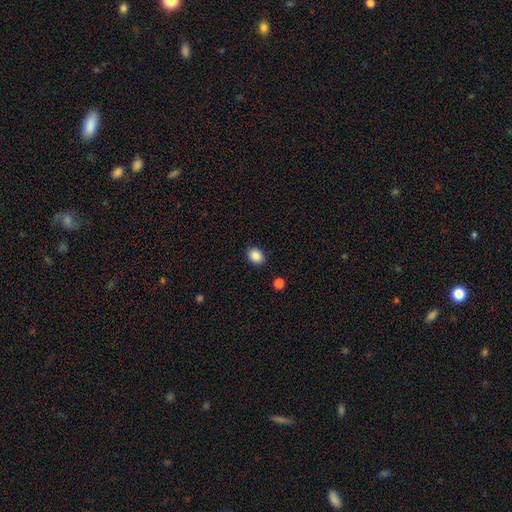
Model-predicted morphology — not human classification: Smooth or featured?
  - smooth: 87% *
  - star or artifact: 9%
  - featured or disk: 4%
How rounded?
  - in between: 52% *
  - round: 47%
  - cigar-shaped: 1%
Merging?
  - none: 88% *
  - minor disturbance: 8%
  - major disturbance: 2%
  - merger: 2%